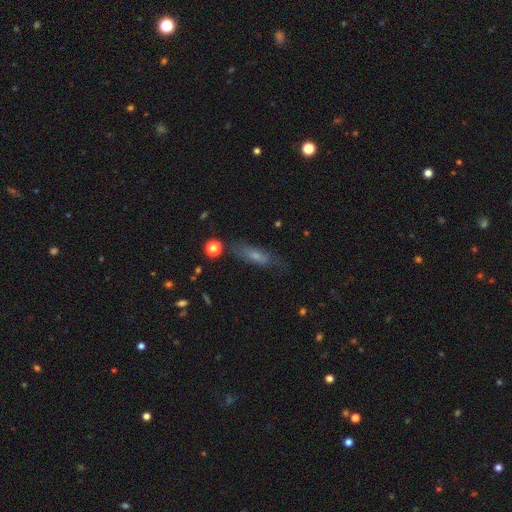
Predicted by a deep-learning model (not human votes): This is possibly a smooth galaxy (49%). Merging: likely none (69%).